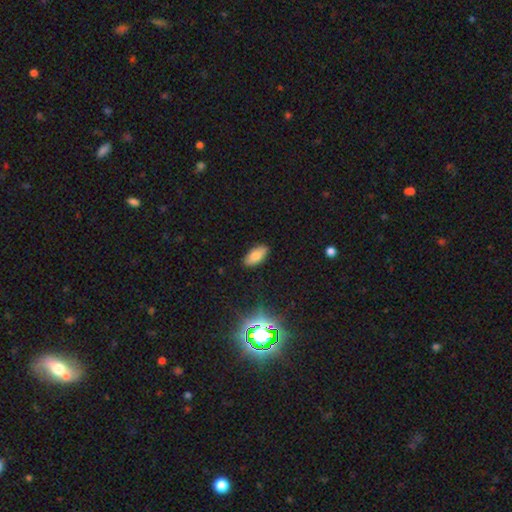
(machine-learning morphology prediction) Q: Smooth or featured?
A: smooth (76%); runner-up: featured or disk (12%)
Q: How rounded?
A: in between (91%); runner-up: cigar-shaped (6%)
Q: Merging?
A: none (86%); runner-up: minor disturbance (10%)